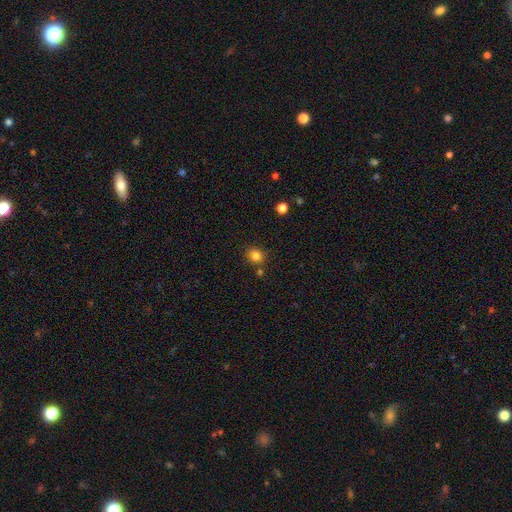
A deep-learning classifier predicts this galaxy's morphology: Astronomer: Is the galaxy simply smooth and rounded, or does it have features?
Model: smooth — 82%.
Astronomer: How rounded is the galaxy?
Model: round — 78%.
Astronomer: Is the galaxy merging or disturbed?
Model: none — 82%.